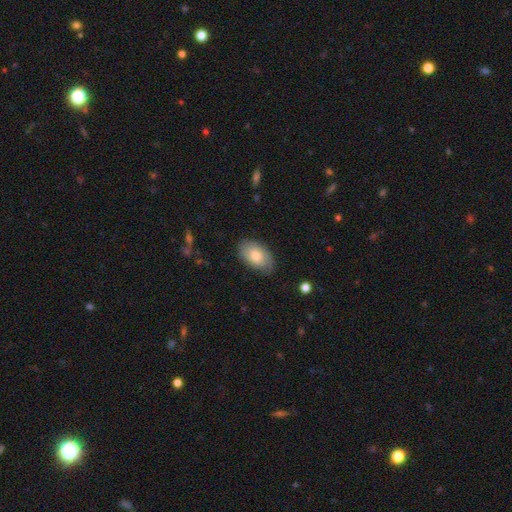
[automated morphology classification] This appears to be a smooth galaxy with no disk features (74%) that is in between round and cigar-shaped (93%). Merging: none (77%).